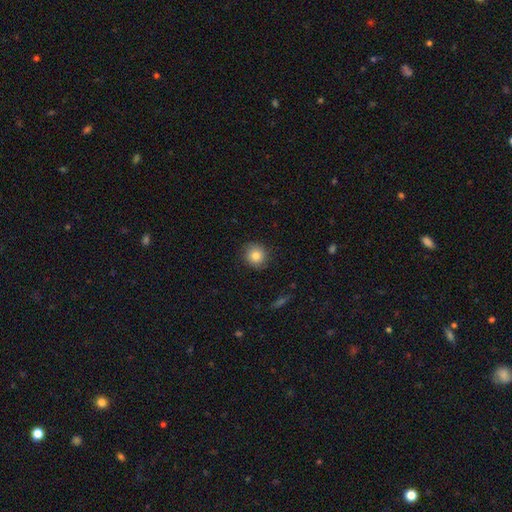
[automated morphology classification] Q: Smooth or featured?
A: smooth (83%); runner-up: star or artifact (10%)
Q: How rounded?
A: round (90%); runner-up: in between (9%)
Q: Merging?
A: none (87%); runner-up: minor disturbance (9%)